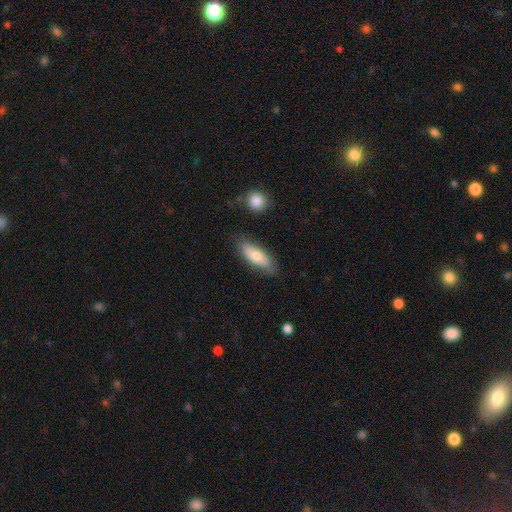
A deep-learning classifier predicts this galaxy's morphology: Q: Smooth or featured?
A: smooth (70%); runner-up: featured or disk (23%)
Q: How rounded?
A: in between (63%); runner-up: cigar-shaped (35%)
Q: Merging?
A: none (79%); runner-up: minor disturbance (15%)